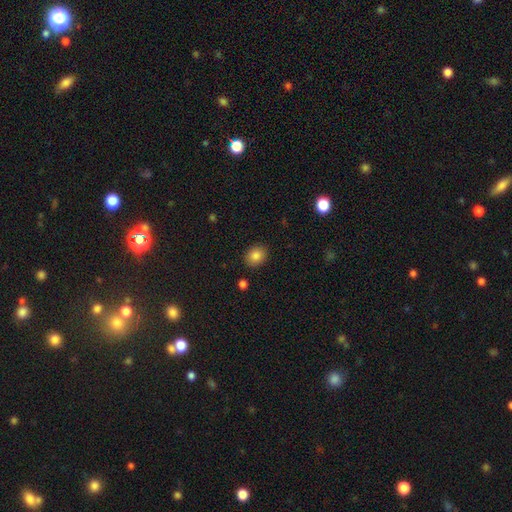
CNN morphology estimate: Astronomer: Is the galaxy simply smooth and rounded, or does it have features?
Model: smooth — 85%.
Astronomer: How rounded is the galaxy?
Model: in between — 50% (runner-up: round, 49%).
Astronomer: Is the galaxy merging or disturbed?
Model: none — 88%.